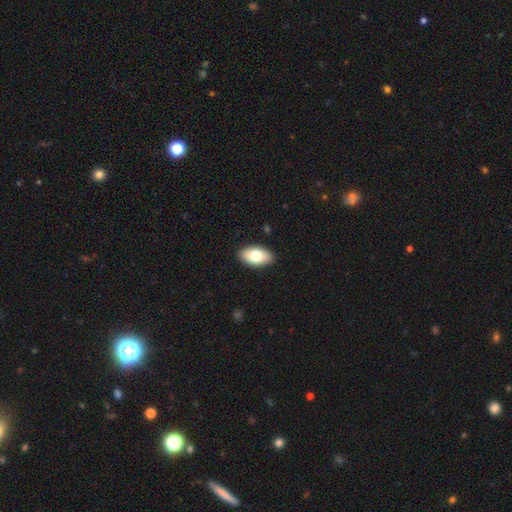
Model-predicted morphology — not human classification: This is likely a smooth galaxy (78%). How rounded: clearly in between (94%). Merging: clearly none (90%).